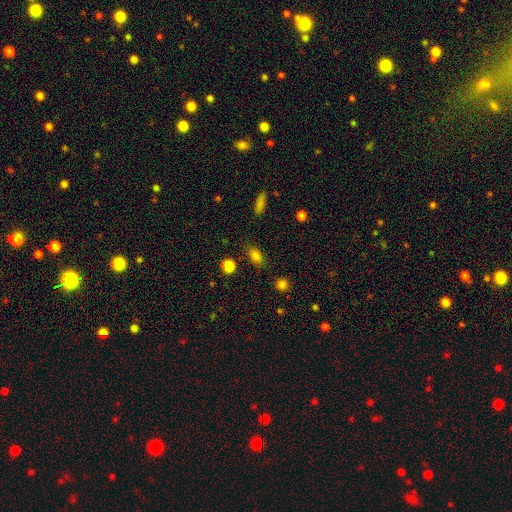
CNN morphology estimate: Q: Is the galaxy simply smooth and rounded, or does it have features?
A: smooth — 80%.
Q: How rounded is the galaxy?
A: in between — 75%.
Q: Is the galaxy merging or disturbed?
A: none — 78%.